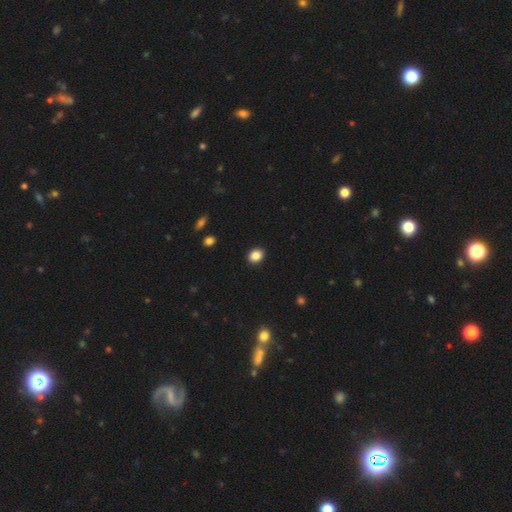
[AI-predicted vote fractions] This appears to be a smooth galaxy with no disk features (87%) that is round (50%, tied with in between). Merging: none (91%).